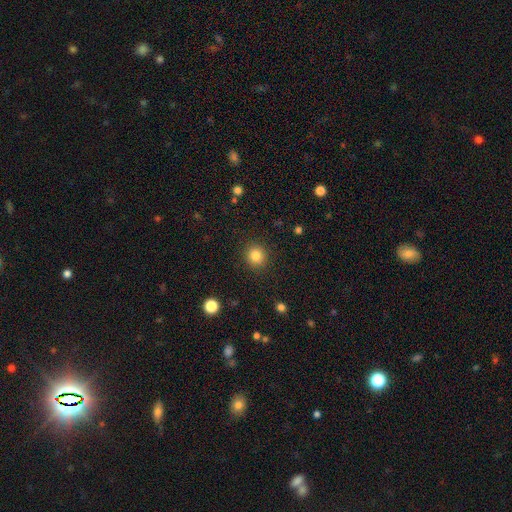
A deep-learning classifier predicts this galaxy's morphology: A smooth galaxy with no disk features (84%) that is round (88%).

Vote fractions:
- Smooth or featured? smooth: 84% / star or artifact: 11% / featured or disk: 5%
- How rounded? round: 88% / in between: 11% / cigar-shaped: 1%
- Merging? none: 90% / minor disturbance: 6% / major disturbance: 2% / merger: 1%